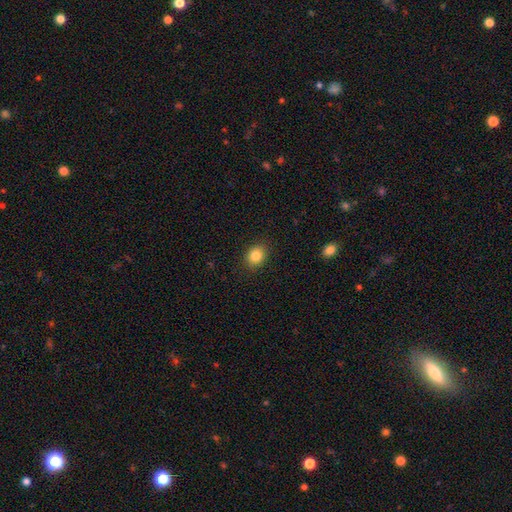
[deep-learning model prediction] smooth-or-featured: smooth: 85% | star or artifact: 10% | featured or disk: 5%
  how-rounded: round: 58% | in between: 42% | cigar-shaped: 1%
  merging: none: 88% | minor disturbance: 8% | major disturbance: 2% | merger: 1%